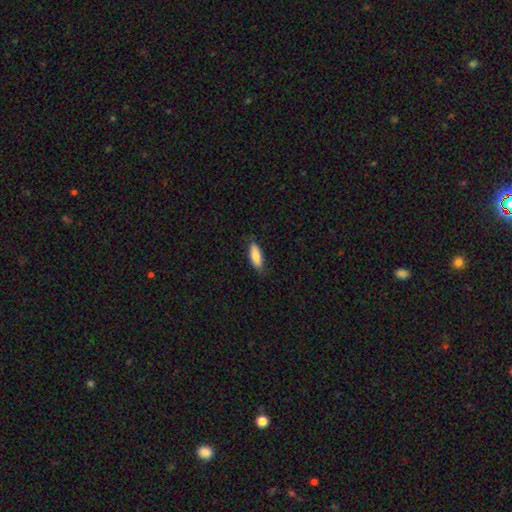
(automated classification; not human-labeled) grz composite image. It shows a smooth galaxy with no disk features (82%) that is in between round and cigar-shaped (63%). Merging: none (82%).